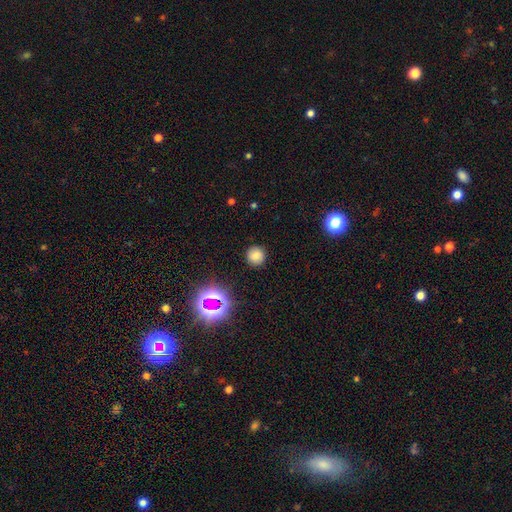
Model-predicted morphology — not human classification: Overall: smooth (76%). How rounded: round (92%). Merging: none (89%).